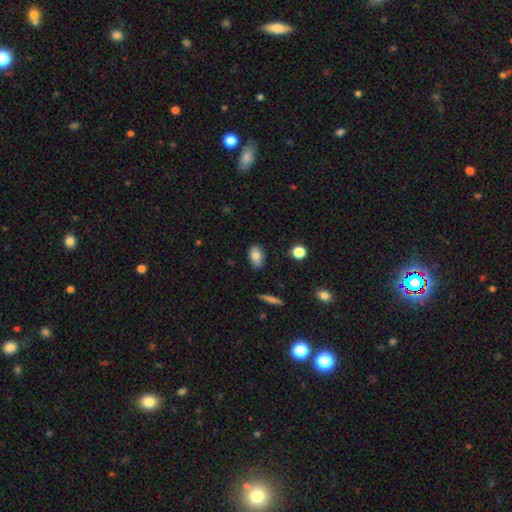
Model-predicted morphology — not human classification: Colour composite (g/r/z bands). It shows a smooth galaxy with no disk features (80%) that is in between round and cigar-shaped (88%). Merging: none (84%).